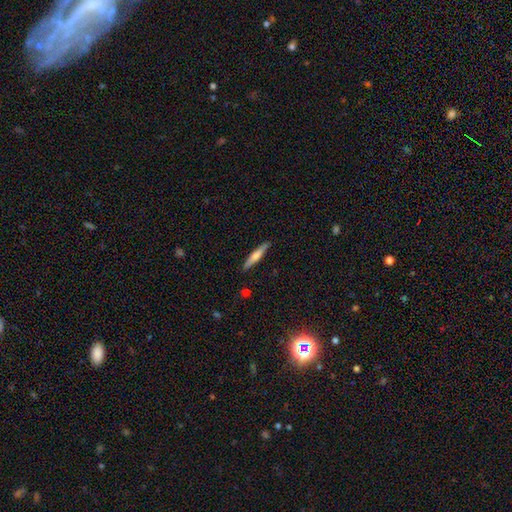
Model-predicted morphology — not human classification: Overall: smooth (55%; featured or disk 39%). How rounded: cigar-shaped (91%). Merging: none (89%).